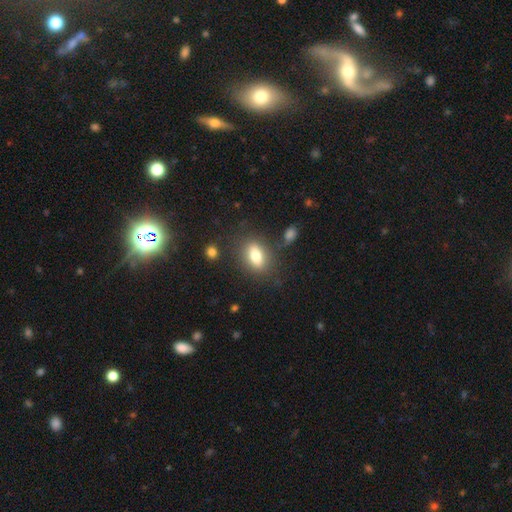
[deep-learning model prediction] smooth-or-featured: smooth: 78% | featured or disk: 14% | star or artifact: 8%
  how-rounded: in between: 83% | round: 11% | cigar-shaped: 6%
  merging: none: 77% | minor disturbance: 13% | major disturbance: 5% | merger: 5%